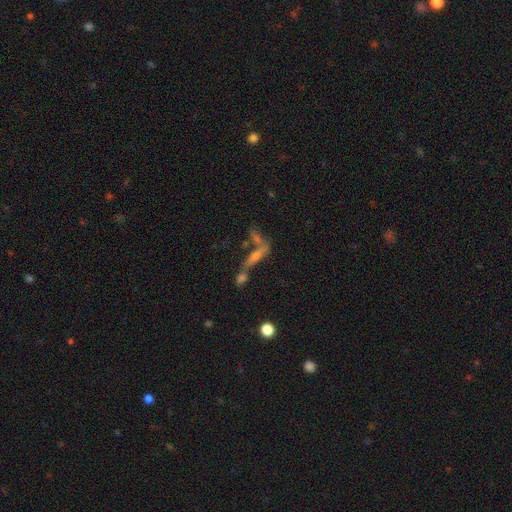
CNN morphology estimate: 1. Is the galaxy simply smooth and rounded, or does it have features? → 47% featured or disk, 35% smooth, 18% star or artifact.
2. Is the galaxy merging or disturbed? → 42% merger, 38% none, 11% minor disturbance, 10% major disturbance.